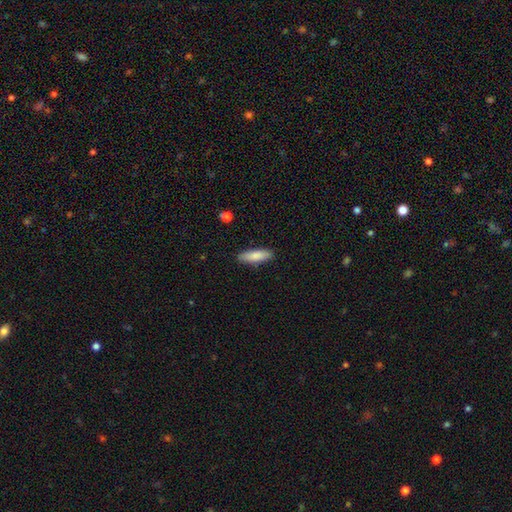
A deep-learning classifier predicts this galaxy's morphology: The model was most divided on "how rounded": cigar-shaped: 55%, in between: 44%, round: 2%. More confident: merging — none (88%); smooth or featured — smooth (84%).